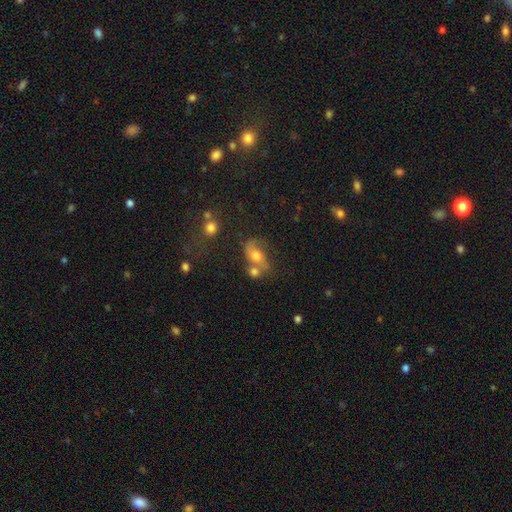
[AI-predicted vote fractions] Overall: featured or disk (45%; smooth 38%). Merging: none (41%; merger 30%).